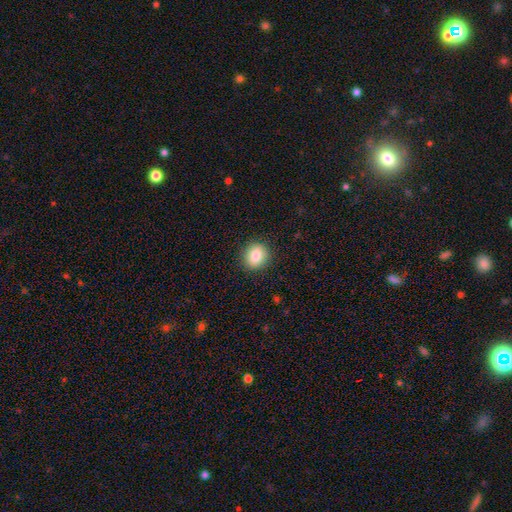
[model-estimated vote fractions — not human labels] Q: Smooth or featured?
A: smooth (85%); runner-up: star or artifact (9%)
Q: How rounded?
A: round (71%); runner-up: in between (28%)
Q: Merging?
A: none (89%); runner-up: minor disturbance (8%)